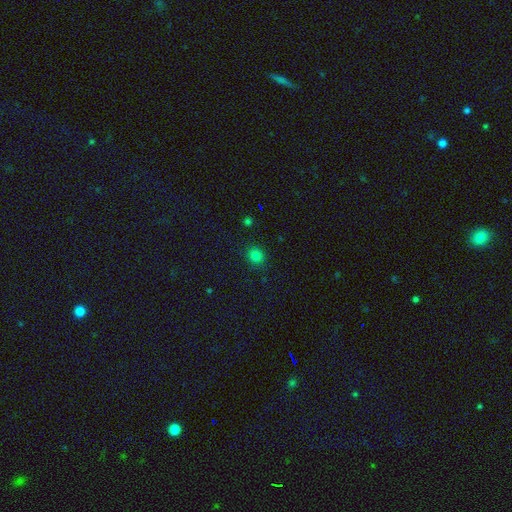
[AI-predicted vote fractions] Q: Smooth or featured?
A: smooth (80%); runner-up: star or artifact (16%)
Q: How rounded?
A: round (78%); runner-up: in between (21%)
Q: Merging?
A: none (87%); runner-up: minor disturbance (9%)